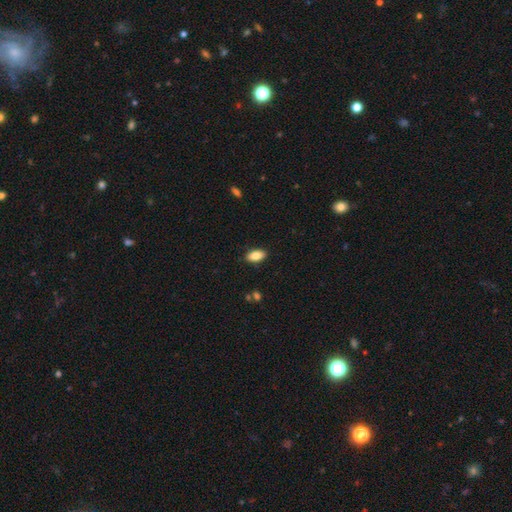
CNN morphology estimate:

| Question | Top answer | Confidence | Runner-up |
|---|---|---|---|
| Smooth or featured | smooth | 85% | featured or disk (8%) |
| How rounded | in between | 90% | cigar-shaped (6%) |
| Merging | none | 88% | minor disturbance (9%) |